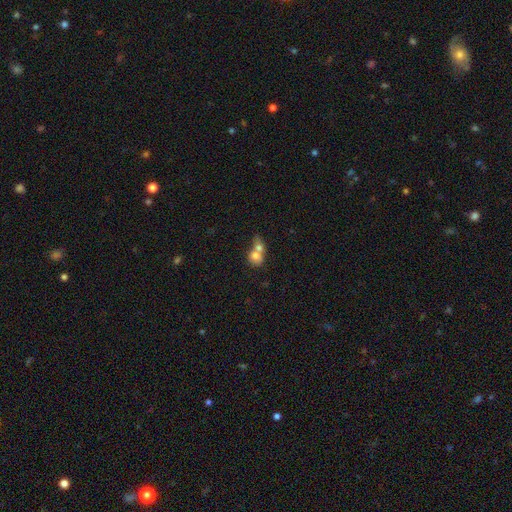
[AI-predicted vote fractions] A smooth galaxy with no disk features (72%) that is round (56%). Merging: merger (74%).